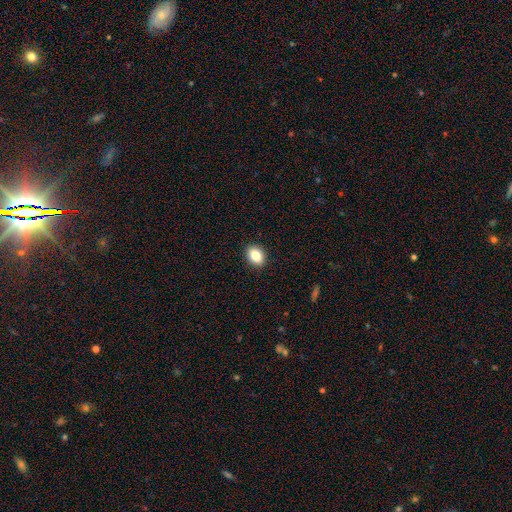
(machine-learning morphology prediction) Smooth or featured? Predicted: smooth (p=0.84). How rounded? Predicted: in between (p=0.74). Merging? Predicted: none (p=0.91).